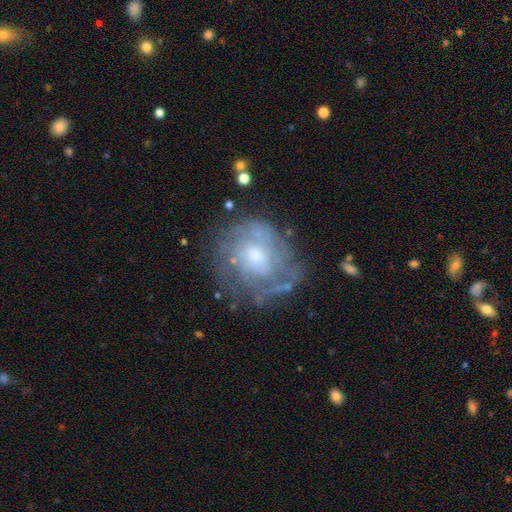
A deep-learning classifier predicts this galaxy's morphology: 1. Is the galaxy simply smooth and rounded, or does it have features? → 69% featured or disk, 22% smooth, 9% star or artifact.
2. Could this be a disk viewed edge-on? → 97% no, 3% yes.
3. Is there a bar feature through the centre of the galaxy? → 75% no, 22% weak, 4% strong.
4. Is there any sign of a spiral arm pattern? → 63% yes, 37% no.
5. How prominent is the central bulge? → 52% moderate, 34% small, 8% large, 5% none, 1% dominant.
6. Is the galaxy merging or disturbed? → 62% none, 21% minor disturbance, 15% major disturbance, 3% merger.